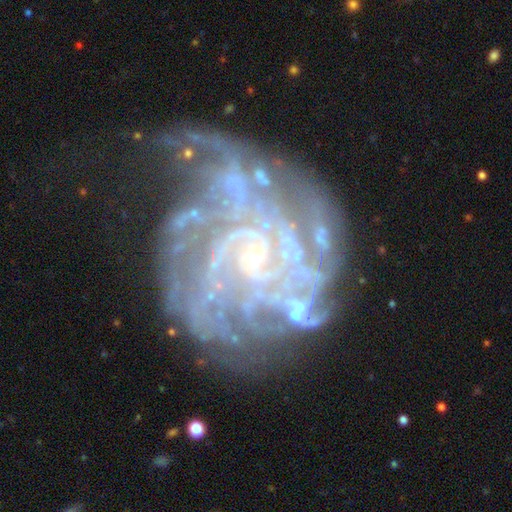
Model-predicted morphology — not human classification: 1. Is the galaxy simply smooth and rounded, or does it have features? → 86% featured or disk, 8% star or artifact, 6% smooth.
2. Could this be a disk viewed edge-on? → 98% no, 2% yes.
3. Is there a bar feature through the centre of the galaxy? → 68% no, 24% weak, 8% strong.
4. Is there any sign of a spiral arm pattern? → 94% yes, 6% no.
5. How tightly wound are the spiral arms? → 62% tight, 28% medium, 10% loose.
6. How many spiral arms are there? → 31% can't tell, 19% 4, 17% more than 4, 13% 3, 12% 2, 9% 1.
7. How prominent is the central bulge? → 82% small, 8% moderate, 7% none, 1% large, 1% dominant.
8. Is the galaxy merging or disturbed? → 43% none, 28% major disturbance, 23% minor disturbance, 6% merger.